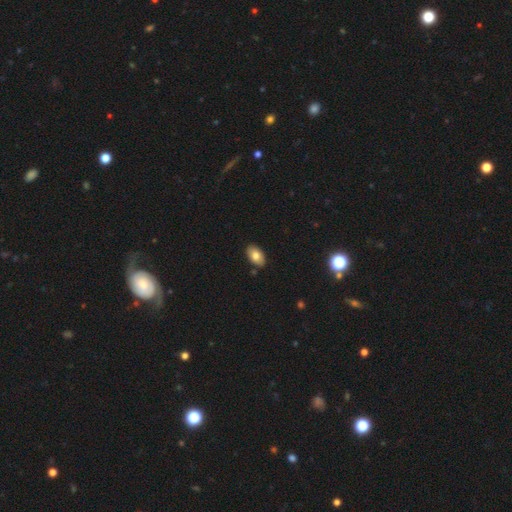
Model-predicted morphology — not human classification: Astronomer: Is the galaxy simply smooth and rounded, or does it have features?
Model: smooth — 79%.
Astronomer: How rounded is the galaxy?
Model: in between — 93%.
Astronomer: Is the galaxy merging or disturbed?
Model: none — 86%.